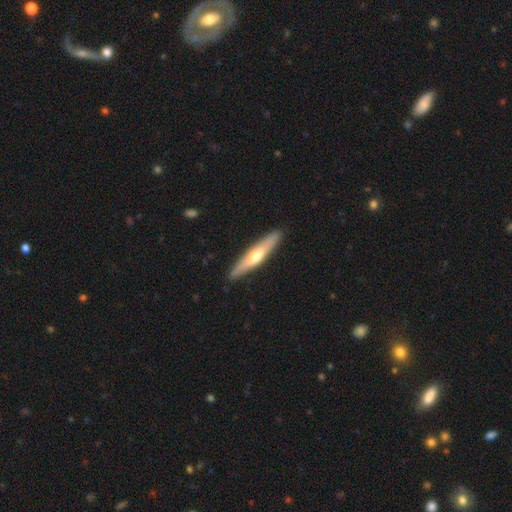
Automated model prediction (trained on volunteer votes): A featured or disk galaxy (49%).

Vote fractions:
- Smooth or featured? featured or disk: 49% / smooth: 46% / star or artifact: 5%
- Merging? none: 89% / minor disturbance: 8% / major disturbance: 2% / merger: 1%